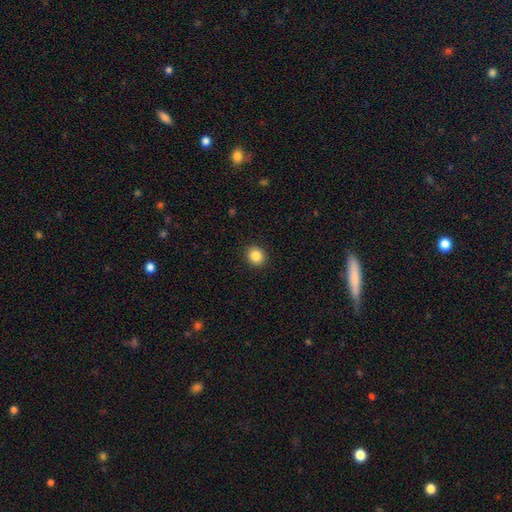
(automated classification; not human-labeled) Smooth or featured? smooth (86%)
How rounded? round (81%)
Merging? none (91%)